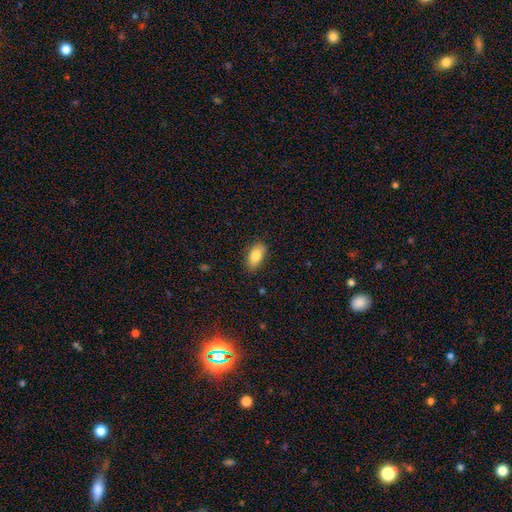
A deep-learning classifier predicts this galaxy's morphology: This appears to be a smooth galaxy with no disk features (83%) that is in between round and cigar-shaped (91%). Merging: none (80%).